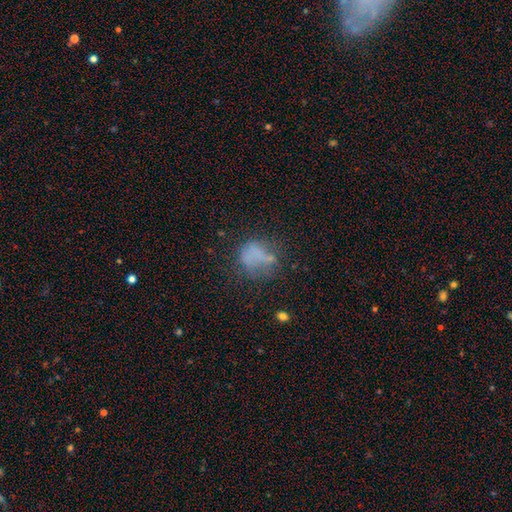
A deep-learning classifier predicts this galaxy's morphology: A smooth galaxy with no disk features (52%) that is round (55%). Merging: none (42%).